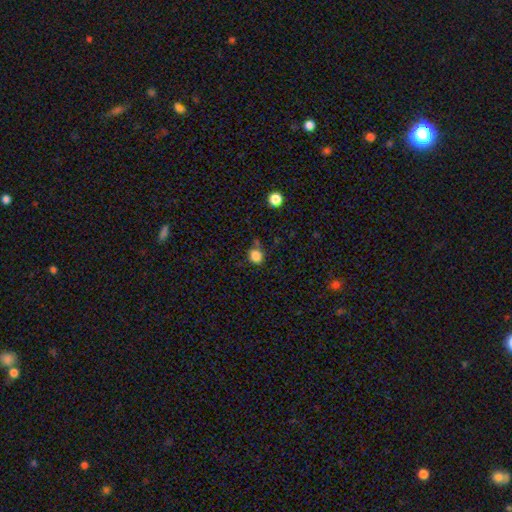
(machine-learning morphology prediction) A smooth galaxy with no disk features (84%) that is round (72%).

Vote fractions:
- Smooth or featured? smooth: 84% / star or artifact: 11% / featured or disk: 4%
- How rounded? round: 72% / in between: 27% / cigar-shaped: 1%
- Merging? none: 68% / minor disturbance: 19% / merger: 8% / major disturbance: 5%